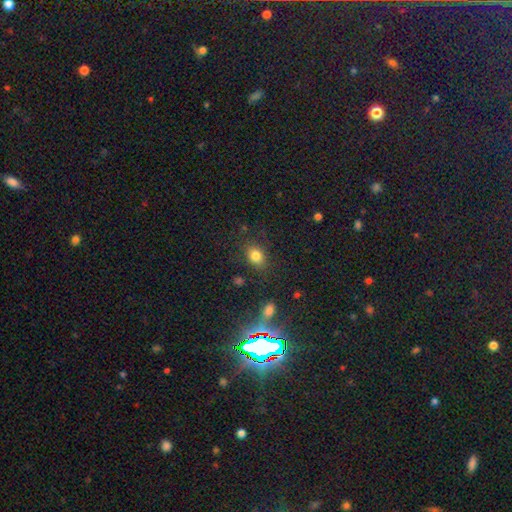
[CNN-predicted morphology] Smooth or featured: smooth — 80% (star or artifact — 13%)
How rounded: in between — 59% (round — 40%)
Merging: none — 79% (minor disturbance — 12%)